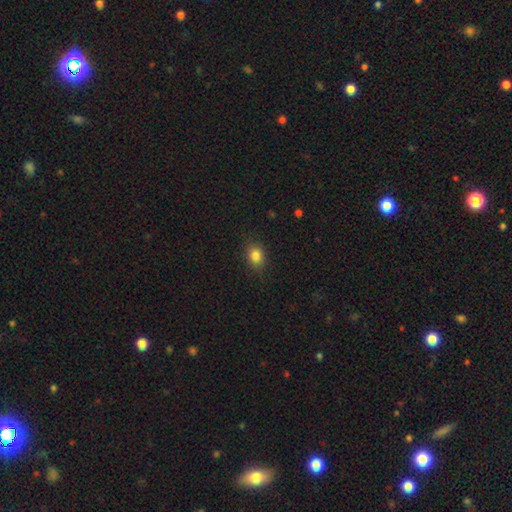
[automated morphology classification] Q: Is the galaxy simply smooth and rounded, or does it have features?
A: smooth — 83%.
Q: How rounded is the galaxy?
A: in between — 59%.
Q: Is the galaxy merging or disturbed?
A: none — 87%.